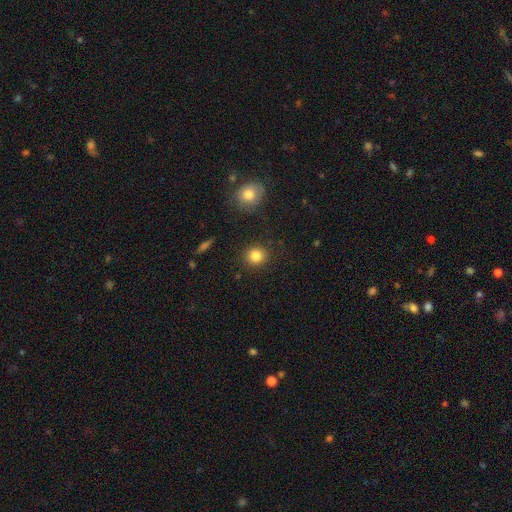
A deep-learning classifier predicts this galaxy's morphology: type=smooth (84%); roundness=round (88%); merging=none (89%).